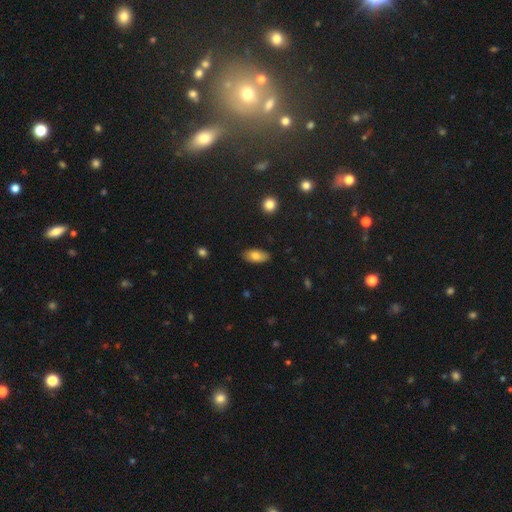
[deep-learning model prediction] This appears to be a smooth galaxy with no disk features (77%) that is in between round and cigar-shaped (90%). Merging: none (85%).